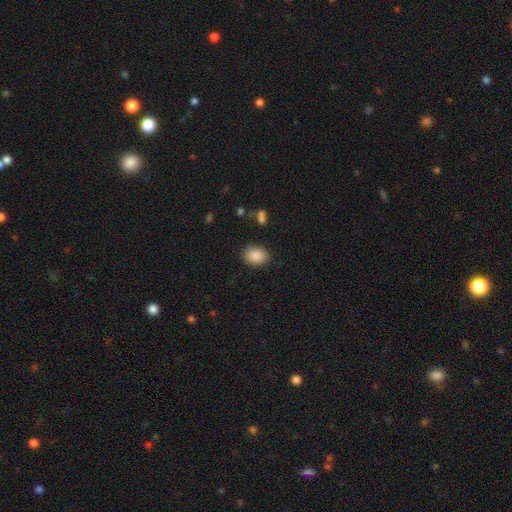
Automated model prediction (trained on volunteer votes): Smooth or featured?
  - smooth: 88% *
  - star or artifact: 8%
  - featured or disk: 4%
How rounded?
  - in between: 61% *
  - round: 38%
  - cigar-shaped: 1%
Merging?
  - none: 85% *
  - minor disturbance: 10%
  - major disturbance: 3%
  - merger: 2%